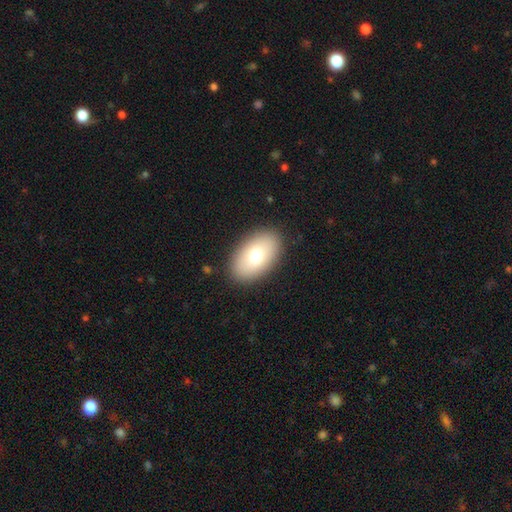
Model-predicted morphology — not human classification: type=smooth (74%); roundness=in between (93%); merging=none (88%).